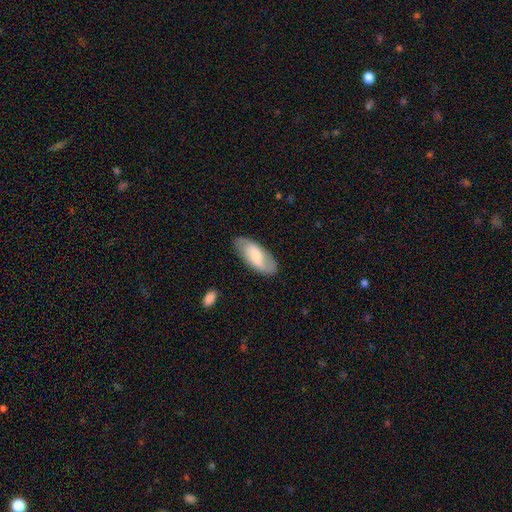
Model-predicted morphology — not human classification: Q: Smooth or featured?
A: smooth (51%); runner-up: featured or disk (43%)
Q: How rounded?
A: in between (88%); runner-up: cigar-shaped (9%)
Q: Merging?
A: none (78%); runner-up: minor disturbance (17%)